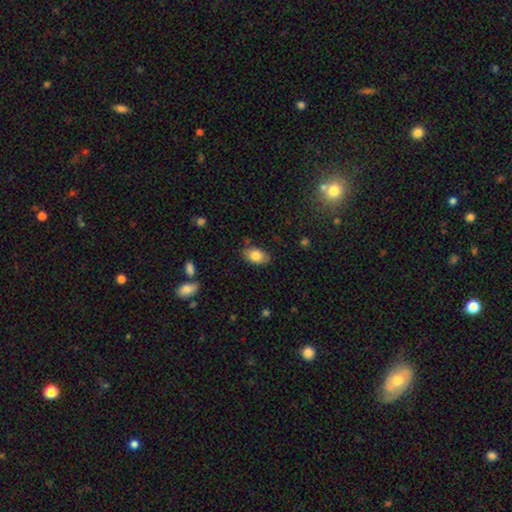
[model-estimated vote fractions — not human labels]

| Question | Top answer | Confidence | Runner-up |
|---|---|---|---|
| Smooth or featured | smooth | 81% | featured or disk (11%) |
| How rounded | in between | 90% | round (9%) |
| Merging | none | 81% | minor disturbance (14%) |